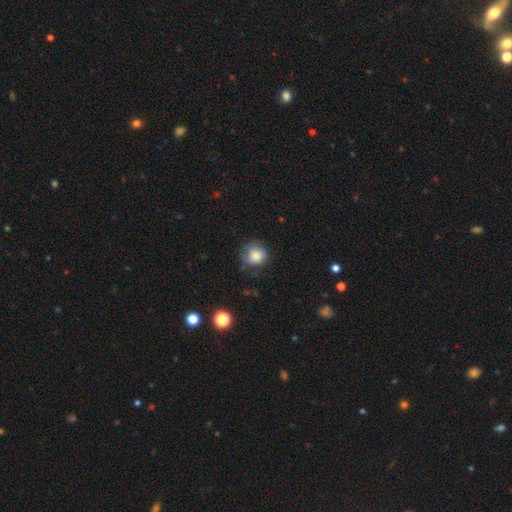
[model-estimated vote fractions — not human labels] This is likely a smooth galaxy (79%). How rounded: clearly round (86%). Merging: likely none (63%).